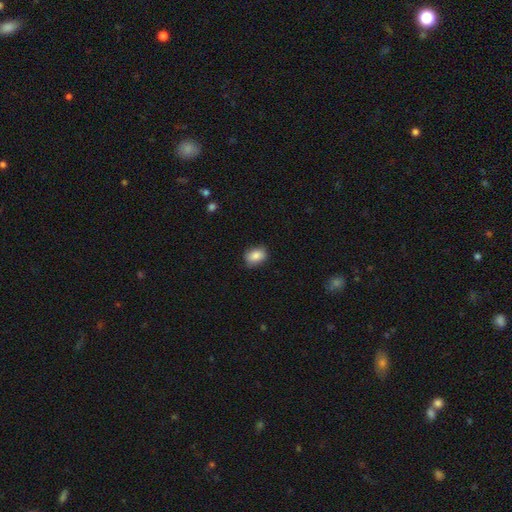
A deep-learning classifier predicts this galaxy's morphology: A smooth galaxy with no disk features (86%) that is in between round and cigar-shaped (76%).

Vote fractions:
- Smooth or featured? smooth: 86% / star or artifact: 8% / featured or disk: 6%
- How rounded? in between: 76% / round: 22% / cigar-shaped: 1%
- Merging? none: 81% / minor disturbance: 15% / major disturbance: 3% / merger: 1%